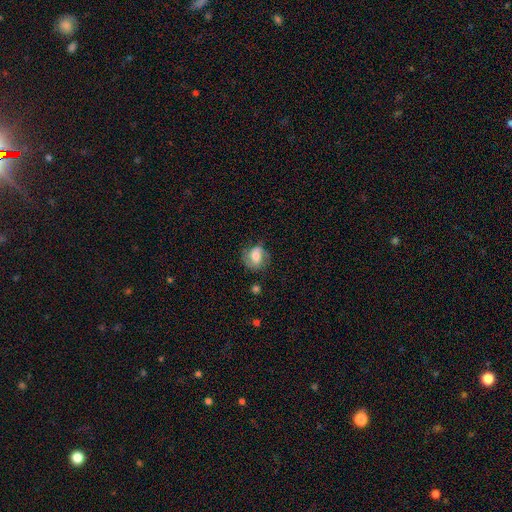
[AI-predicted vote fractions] Smooth or featured? featured or disk (54%)
Edge-on disk? no (97%)
Bar? no (45%)
Spiral arms? yes (86%)
Bulge size? moderate (58%)
Merging? none (68%)